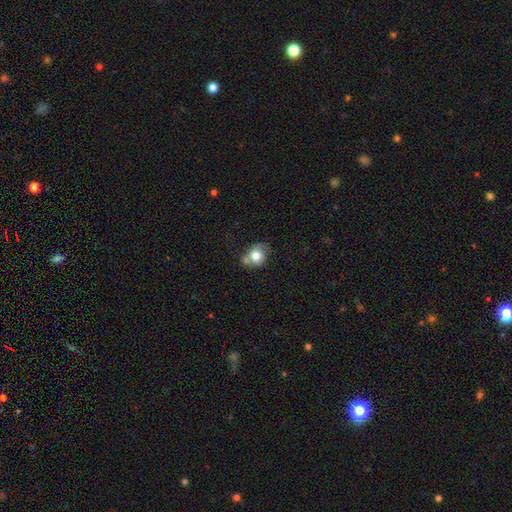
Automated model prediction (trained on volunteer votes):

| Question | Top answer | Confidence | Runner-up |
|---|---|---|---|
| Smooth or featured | smooth | 70% | featured or disk (22%) |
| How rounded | round | 62% | in between (37%) |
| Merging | none | 40% | minor disturbance (26%) |